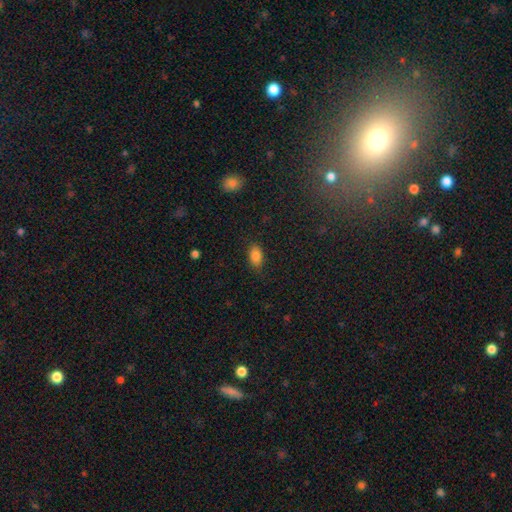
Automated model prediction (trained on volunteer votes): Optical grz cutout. It shows a smooth galaxy with no disk features (85%) that is in between round and cigar-shaped (89%). Merging: none (81%).